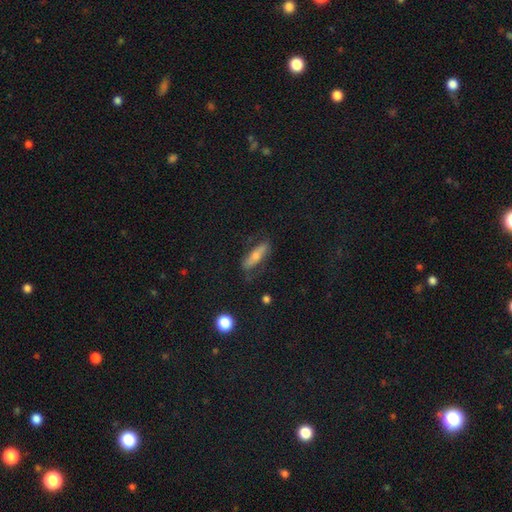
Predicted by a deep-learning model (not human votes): Smooth or featured?
  - smooth: 62% *
  - featured or disk: 30%
  - star or artifact: 7%
How rounded?
  - cigar-shaped: 62% *
  - in between: 35%
  - round: 3%
Merging?
  - none: 70% *
  - minor disturbance: 20%
  - major disturbance: 8%
  - merger: 2%